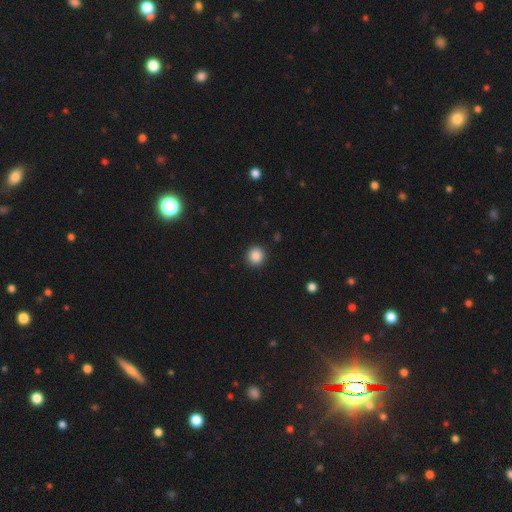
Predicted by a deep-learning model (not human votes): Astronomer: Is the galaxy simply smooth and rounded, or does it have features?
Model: smooth — 87%.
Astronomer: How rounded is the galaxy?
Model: round — 93%.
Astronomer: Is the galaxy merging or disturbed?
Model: none — 92%.